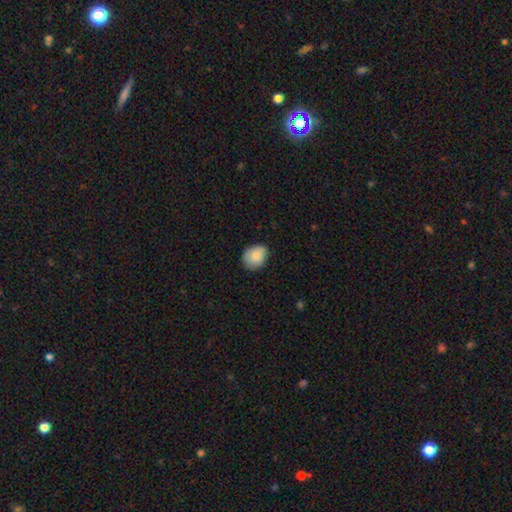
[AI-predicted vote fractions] This is clearly a smooth galaxy (82%). How rounded: possibly round (52%). Merging: likely none (77%).